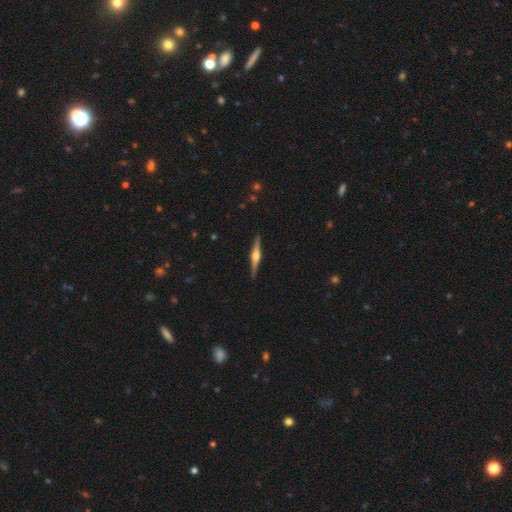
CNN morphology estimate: A featured or disk galaxy (76%) viewed edge-on (98%) with a rounded central bulge (92%).

Vote fractions:
- Smooth or featured? featured or disk: 76% / smooth: 19% / star or artifact: 5%
- Edge-on disk? yes: 98% / no: 2%
- Edge-on bulge? rounded: 92% / boxy: 6% / none: 3%
- Merging? none: 91% / minor disturbance: 7% / major disturbance: 1% / merger: 1%